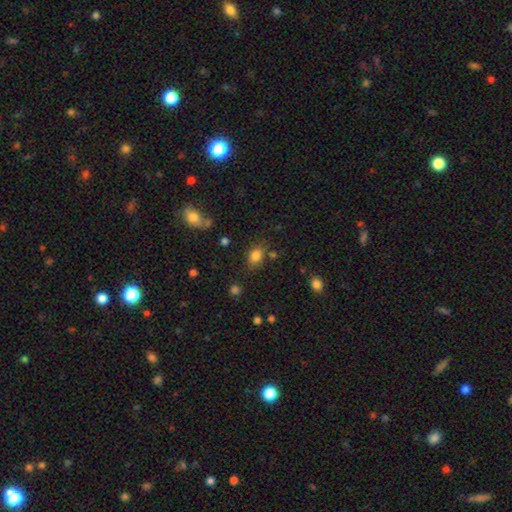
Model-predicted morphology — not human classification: A smooth galaxy with no disk features (82%) that is in between round and cigar-shaped (70%). Merging: none (74%).